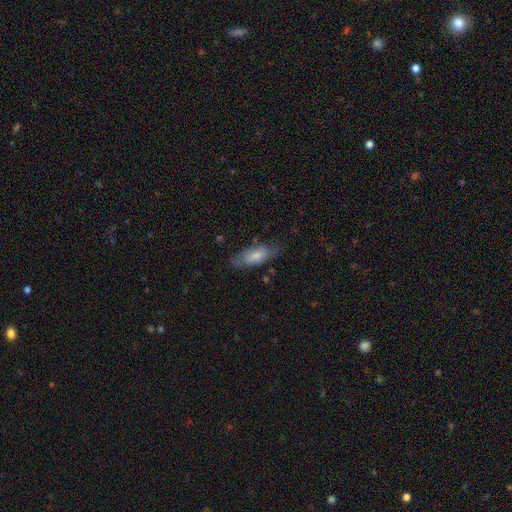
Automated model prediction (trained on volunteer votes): smooth-or-featured: smooth: 69% | featured or disk: 25% | star or artifact: 6%
  how-rounded: in between: 77% | cigar-shaped: 21% | round: 2%
  merging: none: 66% | minor disturbance: 24% | major disturbance: 8% | merger: 2%